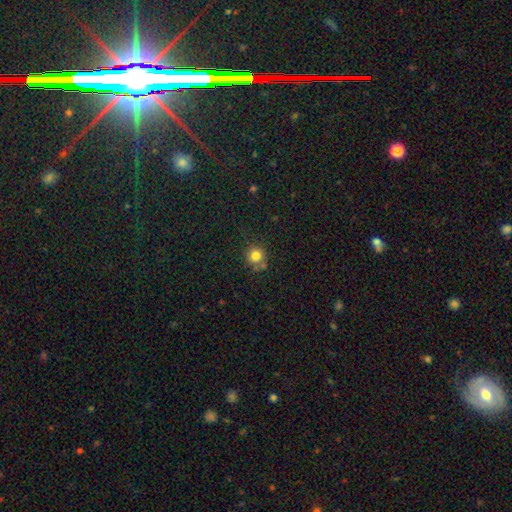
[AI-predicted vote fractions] Smooth or featured: smooth — 81% (star or artifact — 12%)
How rounded: round — 90% (in between — 9%)
Merging: none — 69% (minor disturbance — 16%)